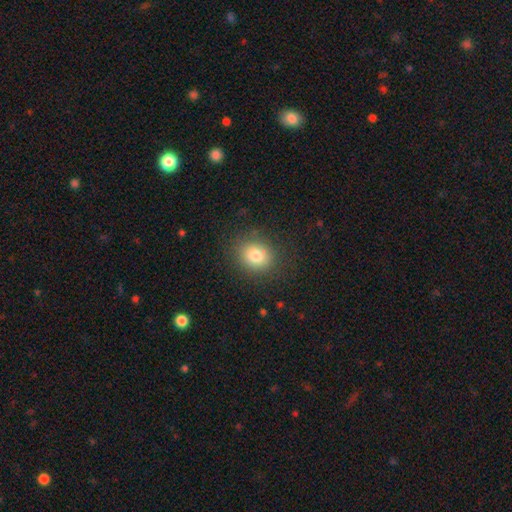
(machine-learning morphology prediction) Smooth or featured?
  - smooth: 80% *
  - star or artifact: 11%
  - featured or disk: 9%
How rounded?
  - round: 66% *
  - in between: 33%
  - cigar-shaped: 1%
Merging?
  - none: 85% *
  - minor disturbance: 10%
  - major disturbance: 4%
  - merger: 1%